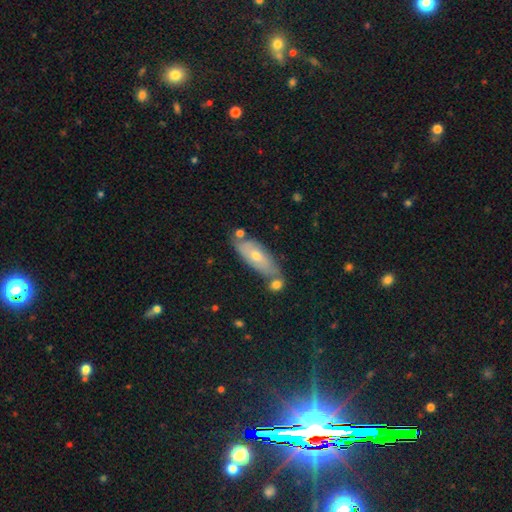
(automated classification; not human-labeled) Morphology: type=smooth (52%); roundness=in between (67%); merging=none (65%).